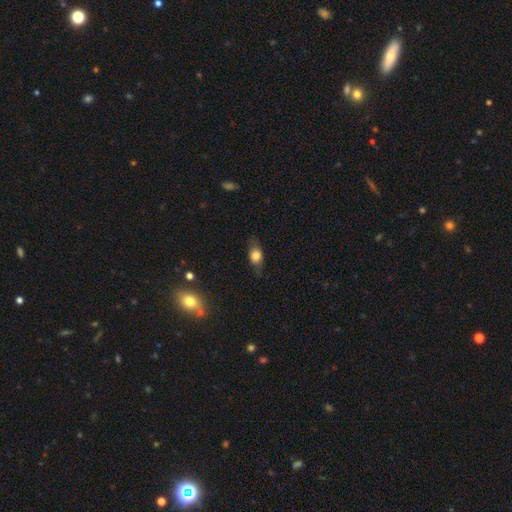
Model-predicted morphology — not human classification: This is likely a smooth galaxy (72%). How rounded: likely in between (68%). Merging: likely none (70%).